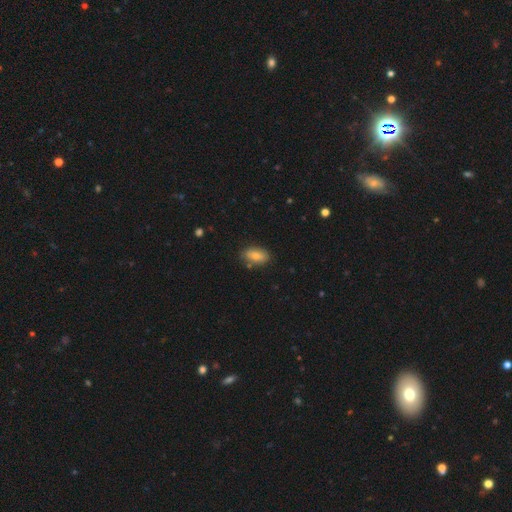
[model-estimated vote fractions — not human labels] Smooth or featured?
  - smooth: 77% *
  - featured or disk: 15%
  - star or artifact: 8%
How rounded?
  - in between: 90% *
  - round: 5%
  - cigar-shaped: 5%
Merging?
  - none: 80% *
  - minor disturbance: 14%
  - merger: 4%
  - major disturbance: 3%